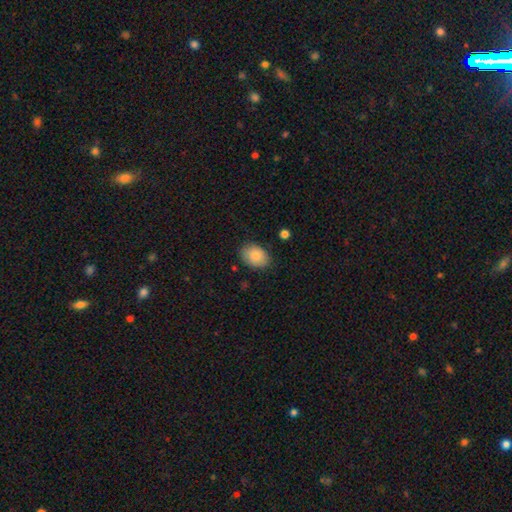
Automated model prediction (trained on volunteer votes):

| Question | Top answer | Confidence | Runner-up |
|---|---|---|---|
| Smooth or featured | smooth | 83% | featured or disk (10%) |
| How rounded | in between | 77% | round (22%) |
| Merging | none | 81% | minor disturbance (14%) |